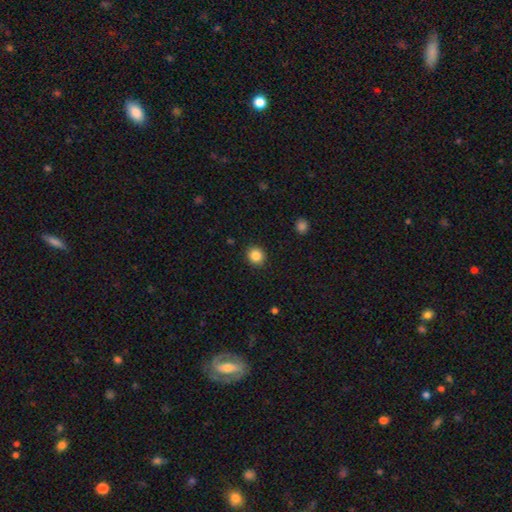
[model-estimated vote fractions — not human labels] Morphology: type=smooth (86%); roundness=round (84%); merging=none (91%).